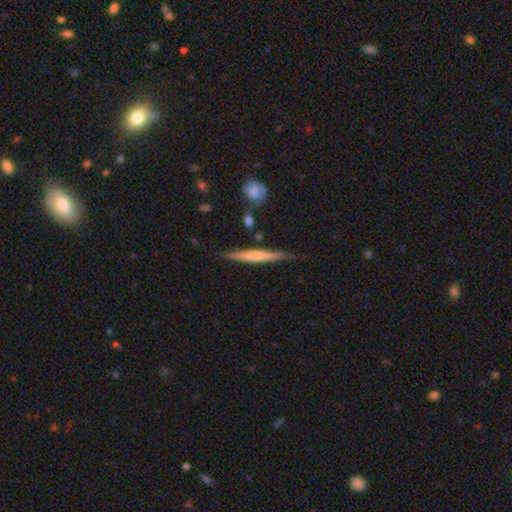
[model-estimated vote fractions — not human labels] A featured or disk galaxy (51%) viewed edge-on (96%). Merging: none (80%).